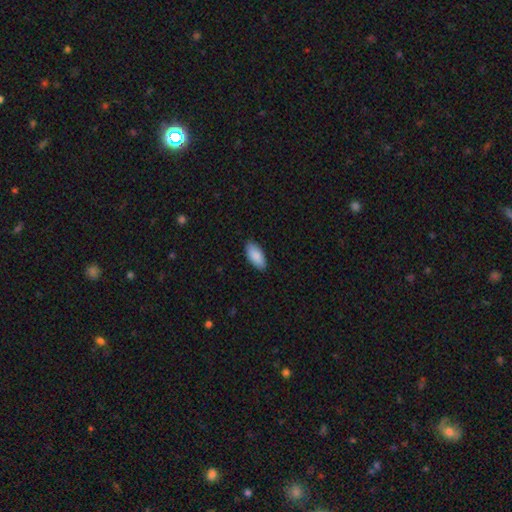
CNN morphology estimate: smooth-or-featured: smooth: 89% | star or artifact: 6% | featured or disk: 5%
  how-rounded: in between: 91% | cigar-shaped: 7% | round: 2%
  merging: none: 88% | minor disturbance: 10% | major disturbance: 2% | merger: 1%